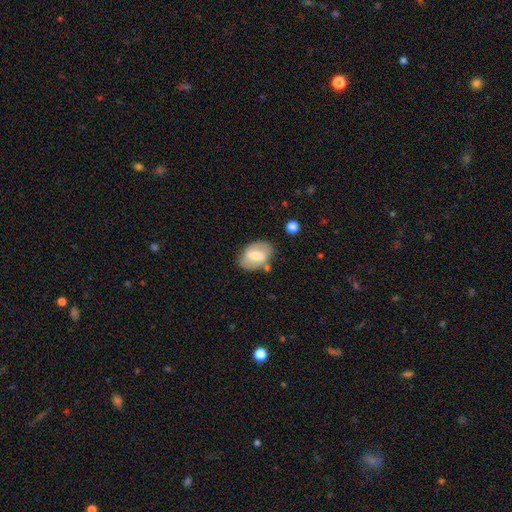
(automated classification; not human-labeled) Smooth or featured? Predicted: featured or disk (p=0.47, tied with smooth). Merging? Predicted: none (p=0.71).